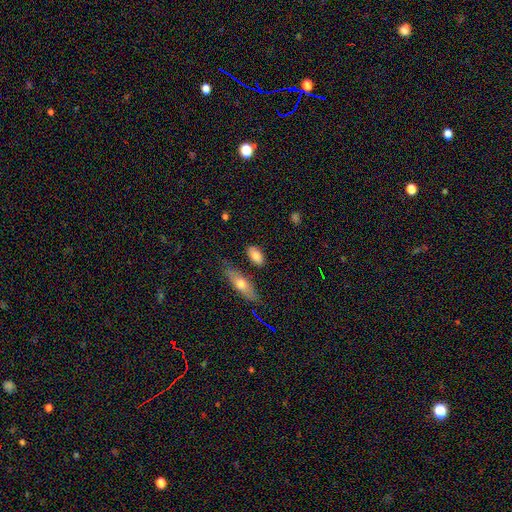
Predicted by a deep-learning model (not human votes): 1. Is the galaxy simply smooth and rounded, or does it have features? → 79% smooth, 13% featured or disk, 7% star or artifact.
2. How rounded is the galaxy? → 87% in between, 8% cigar-shaped, 6% round.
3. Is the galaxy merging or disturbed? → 77% none, 14% minor disturbance, 5% merger, 4% major disturbance.